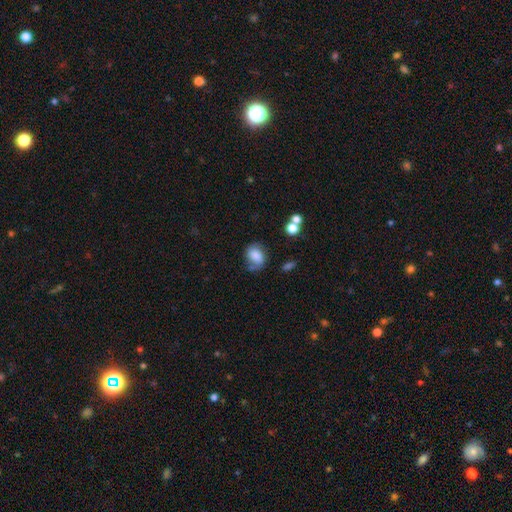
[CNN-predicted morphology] smooth_or_featured: smooth (p=0.71) [alt: featured or disk p=0.18]
how_rounded: in between (p=0.60) [alt: round p=0.39]
merging: none (p=0.51) [alt: minor disturbance p=0.29]